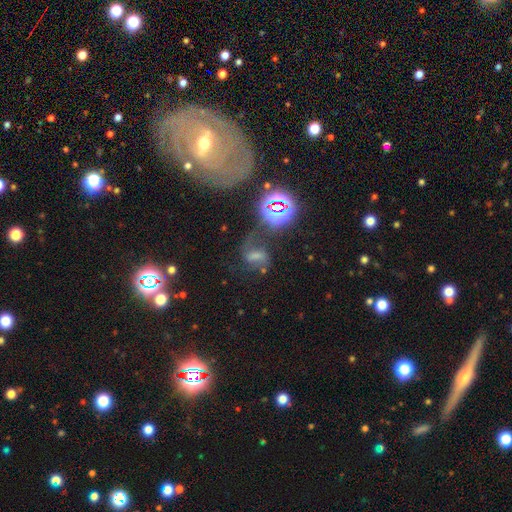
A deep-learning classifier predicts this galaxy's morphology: Smooth or featured?
  - featured or disk: 41% *
  - star or artifact: 33%
  - smooth: 26%
Merging?
  - none: 44% *
  - major disturbance: 28%
  - minor disturbance: 20%
  - merger: 9%